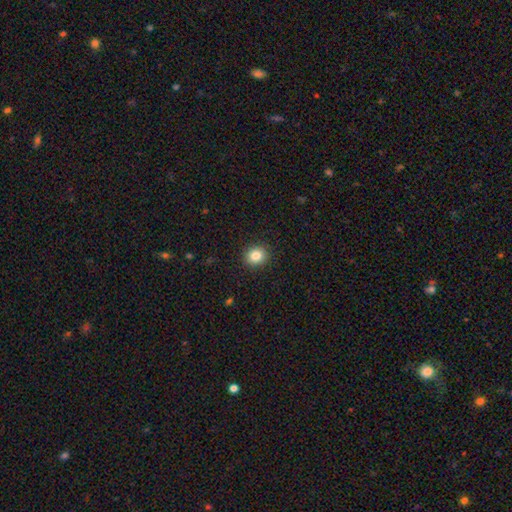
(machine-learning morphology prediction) smooth-or-featured: smooth: 84% | star or artifact: 10% | featured or disk: 6%
  how-rounded: round: 76% | in between: 23% | cigar-shaped: 1%
  merging: none: 91% | minor disturbance: 6% | major disturbance: 2% | merger: 1%